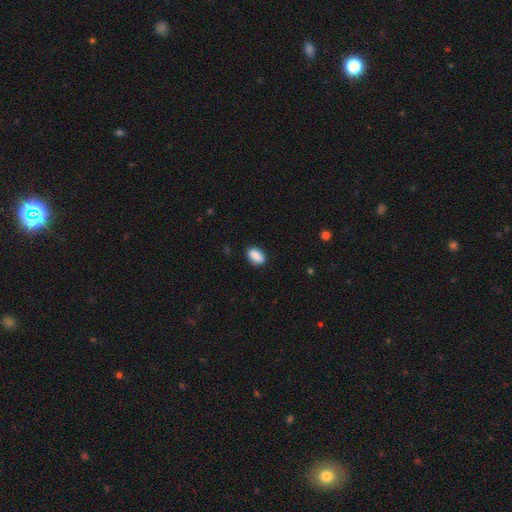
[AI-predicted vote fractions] smooth-or-featured: smooth: 90% | star or artifact: 7% | featured or disk: 4%
  how-rounded: in between: 92% | round: 6% | cigar-shaped: 2%
  merging: none: 88% | minor disturbance: 9% | major disturbance: 2% | merger: 1%